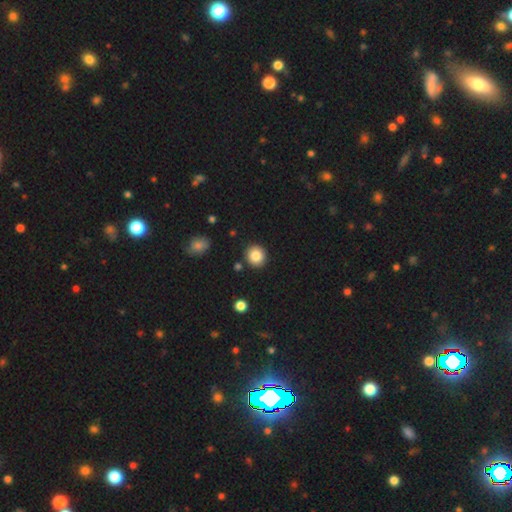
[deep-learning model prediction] Overall: smooth (85%). How rounded: round (87%). Merging: none (89%).